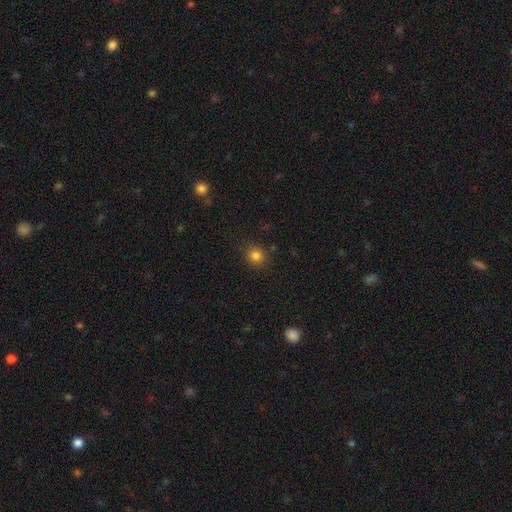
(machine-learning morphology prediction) Smooth or featured? Predicted: smooth (p=0.83). How rounded? Predicted: round (p=0.89). Merging? Predicted: none (p=0.87).